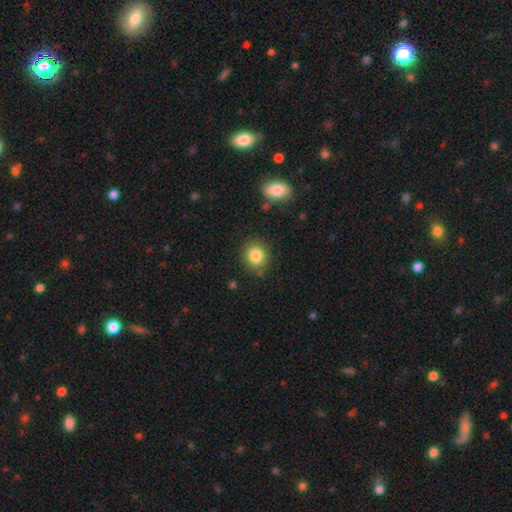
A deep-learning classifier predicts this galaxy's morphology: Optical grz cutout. It shows a smooth galaxy with no disk features (84%) that is round (76%). Merging: none (83%).